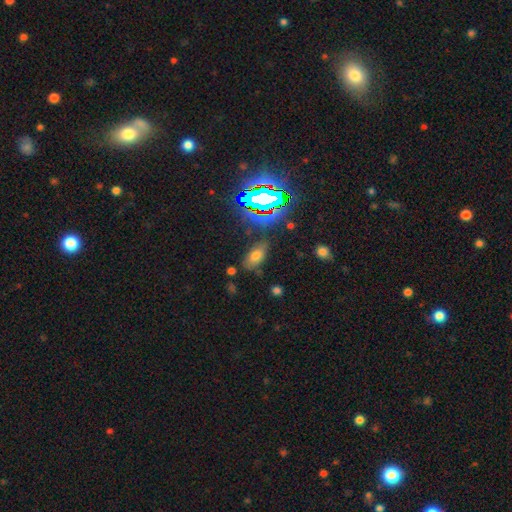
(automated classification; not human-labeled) Smooth or featured? Predicted: smooth (p=0.64). How rounded? Predicted: in between (p=0.88). Merging? Predicted: none (p=0.76).